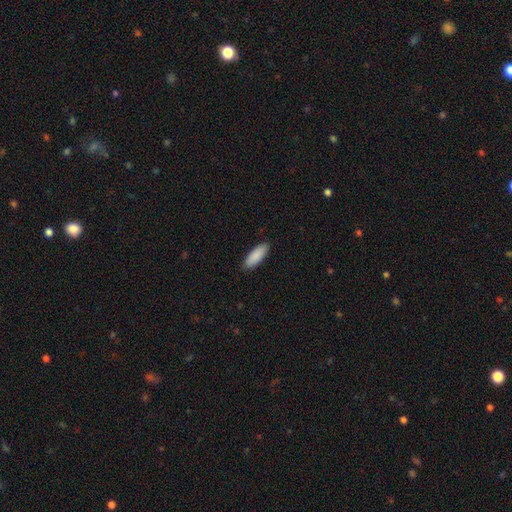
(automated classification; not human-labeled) Q: Smooth or featured?
A: smooth (90%); runner-up: star or artifact (5%)
Q: How rounded?
A: in between (64%); runner-up: cigar-shaped (34%)
Q: Merging?
A: none (90%); runner-up: minor disturbance (8%)